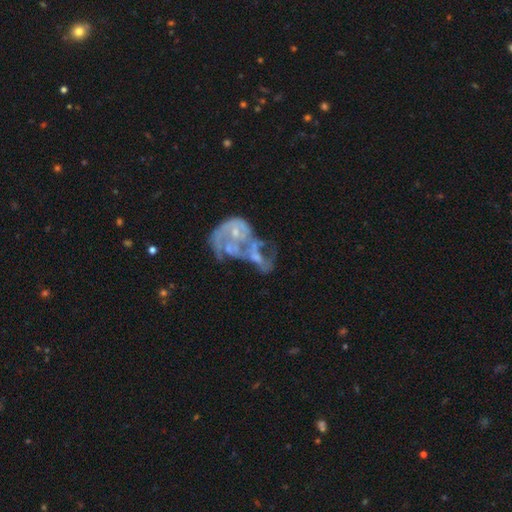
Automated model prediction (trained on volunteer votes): Q: Smooth or featured?
A: featured or disk (71%); runner-up: smooth (19%)
Q: Edge-on disk?
A: no (98%); runner-up: yes (2%)
Q: Bar?
A: no (83%); runner-up: weak (13%)
Q: Spiral arms?
A: no (61%); runner-up: yes (39%)
Q: Bulge size?
A: none (37%); runner-up: moderate (29%)
Q: Merging?
A: merger (50%); runner-up: major disturbance (28%)